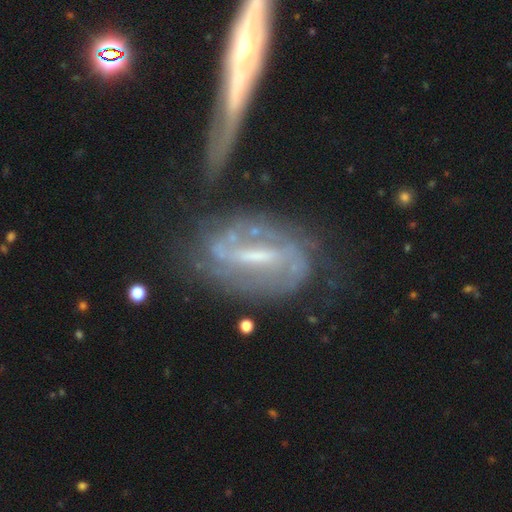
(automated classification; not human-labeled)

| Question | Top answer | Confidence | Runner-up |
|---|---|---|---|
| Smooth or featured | featured or disk | 83% | smooth (10%) |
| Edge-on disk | no | 90% | yes (10%) |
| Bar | strong | 60% | weak (31%) |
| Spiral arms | yes | 84% | no (16%) |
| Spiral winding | medium | 39% | tight (37%) |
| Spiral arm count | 2 | 63% | can't tell (24%) |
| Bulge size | small | 40% | moderate (31%) |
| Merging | none | 53% | minor disturbance (21%) |